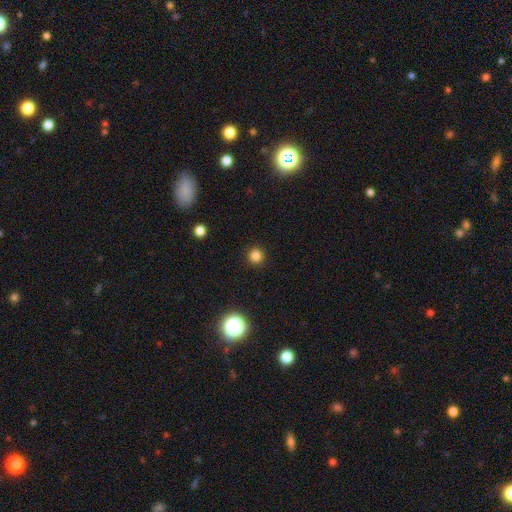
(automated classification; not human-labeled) A smooth galaxy with no disk features (82%) that is round (95%). Merging: none (93%).